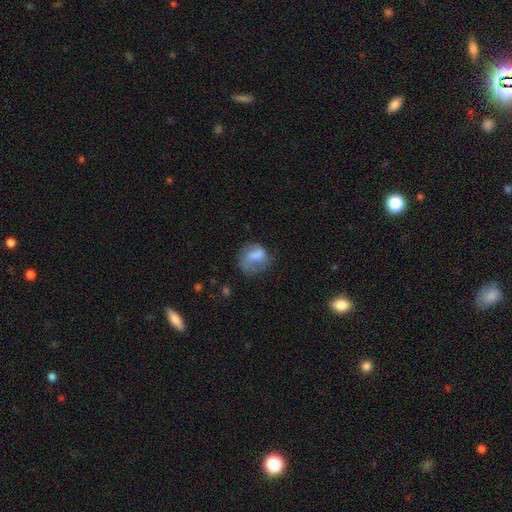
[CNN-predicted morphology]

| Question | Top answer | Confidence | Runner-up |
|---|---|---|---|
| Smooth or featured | smooth | 63% | featured or disk (28%) |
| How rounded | round | 62% | in between (37%) |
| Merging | none | 40% | major disturbance (29%) |